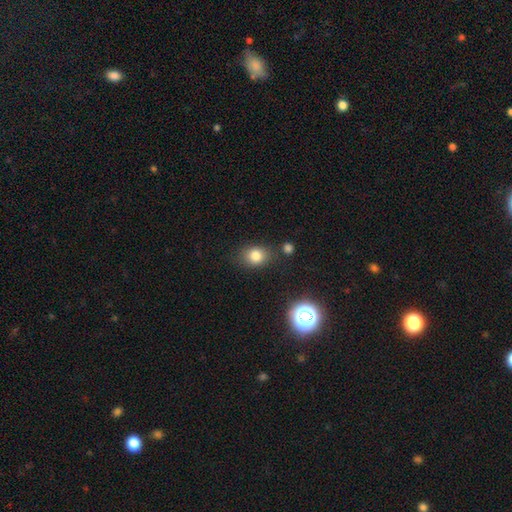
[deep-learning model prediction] The model was most divided on "how rounded": in between: 53%, round: 46%, cigar-shaped: 1%. More confident: smooth or featured — smooth (80%); merging — none (75%).